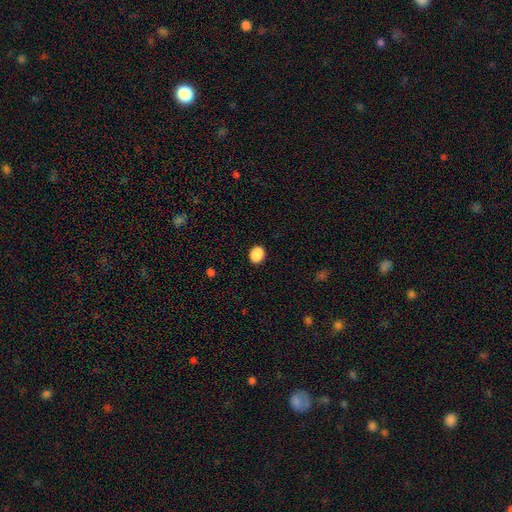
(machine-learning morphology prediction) smooth_or_featured: smooth (p=0.86) [alt: star or artifact p=0.10]
how_rounded: in between (p=0.56) [alt: round p=0.43]
merging: none (p=0.79) [alt: minor disturbance p=0.13]